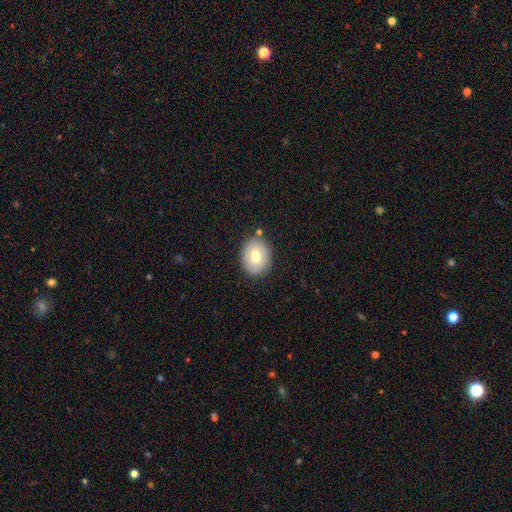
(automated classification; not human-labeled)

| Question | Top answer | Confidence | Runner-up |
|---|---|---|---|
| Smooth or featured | smooth | 66% | featured or disk (26%) |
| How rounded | in between | 58% | round (41%) |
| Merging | none | 82% | minor disturbance (12%) |